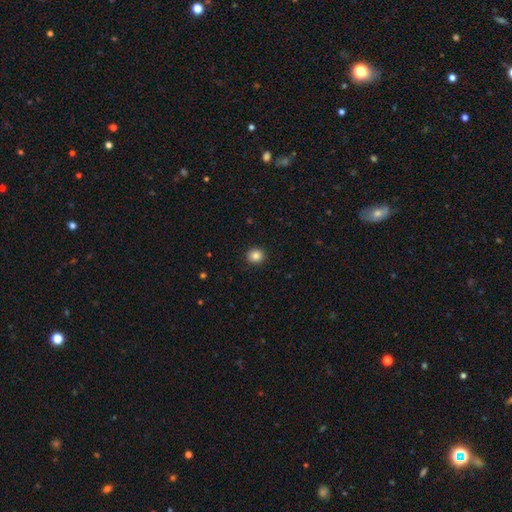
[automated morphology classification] The model was most divided on "smooth or featured": smooth: 85%, star or artifact: 10%, featured or disk: 5%. More confident: merging — none (92%); how rounded — round (89%).